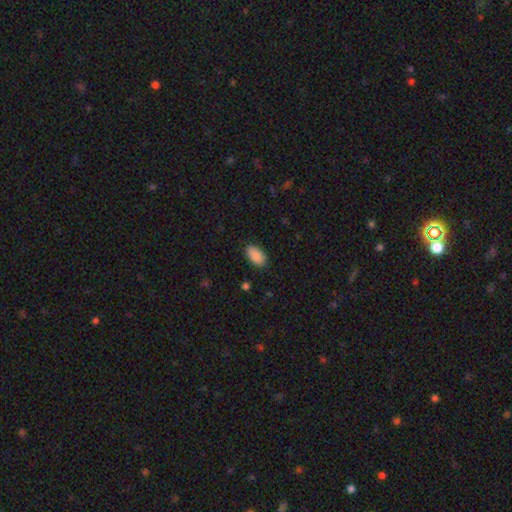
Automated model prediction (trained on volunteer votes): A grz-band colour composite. It shows a smooth galaxy with no disk features (90%) that is in between round and cigar-shaped (95%). Merging: none (87%).